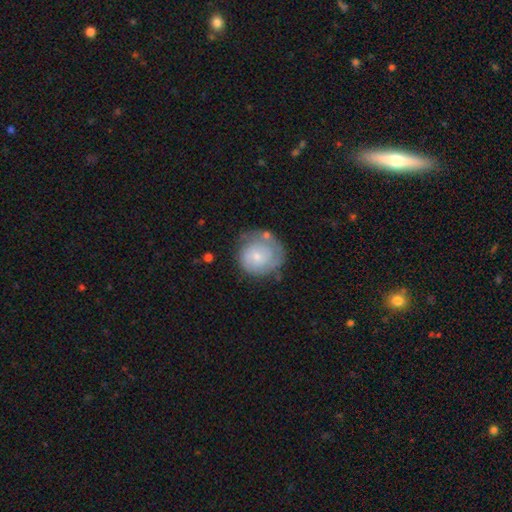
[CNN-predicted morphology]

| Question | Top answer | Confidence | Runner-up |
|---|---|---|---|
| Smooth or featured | featured or disk | 58% | smooth (34%) |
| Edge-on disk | no | 98% | yes (2%) |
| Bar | no | 78% | weak (19%) |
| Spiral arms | yes | 80% | no (20%) |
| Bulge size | small | 70% | moderate (24%) |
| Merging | none | 63% | minor disturbance (22%) |